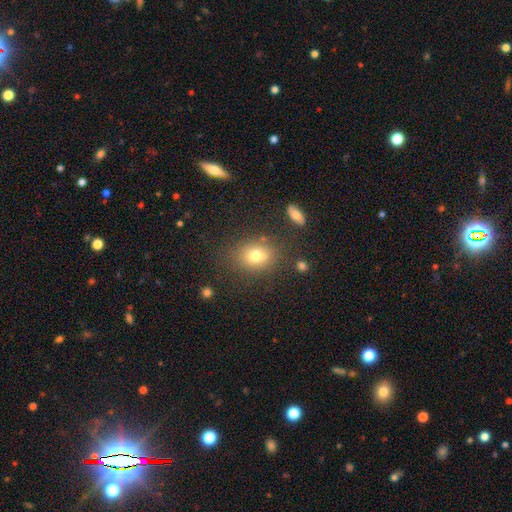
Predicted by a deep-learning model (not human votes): Smooth or featured? smooth (74%)
How rounded? round (49%, tied with in between)
Merging? none (74%)